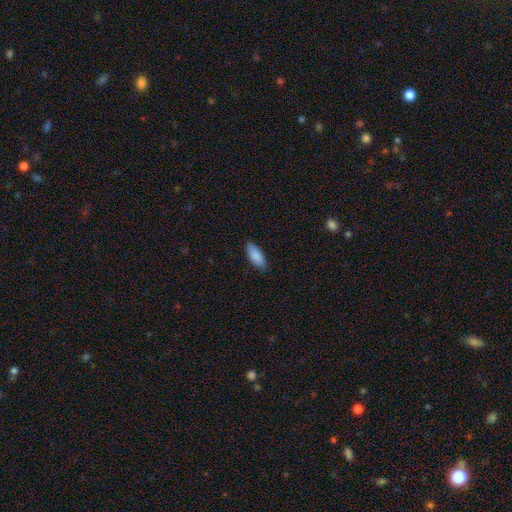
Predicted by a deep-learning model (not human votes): Smooth or featured: smooth — 88% (featured or disk — 7%)
How rounded: in between — 82% (cigar-shaped — 16%)
Merging: none — 85% (minor disturbance — 12%)